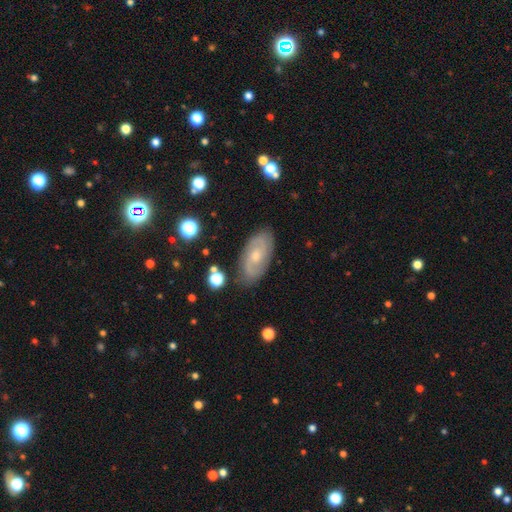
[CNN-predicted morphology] featured or disk 76%, smooth 17%, star or artifact 7%. Down the decision tree: edge-on disk — no (95%); bar — no (60%); spiral arms — yes (92%); spiral arm count — 2 (73%); spiral winding — tight (48%); bulge size — small (56%); merging — none (84%).